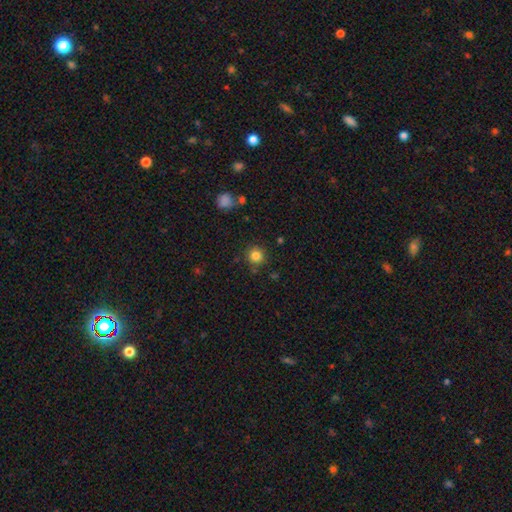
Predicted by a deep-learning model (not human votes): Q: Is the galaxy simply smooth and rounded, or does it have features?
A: smooth — 83%.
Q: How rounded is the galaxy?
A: round — 93%.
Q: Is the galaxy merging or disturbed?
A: none — 85%.